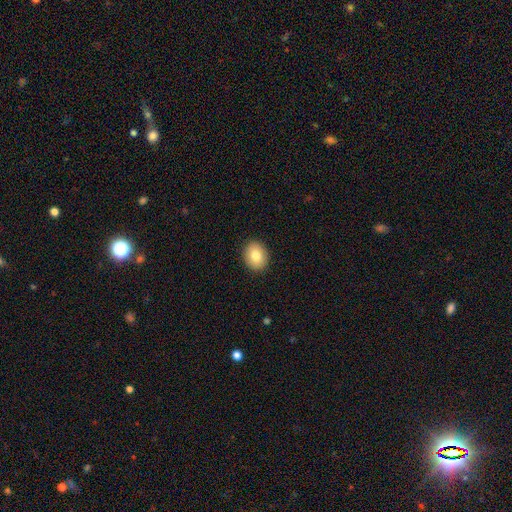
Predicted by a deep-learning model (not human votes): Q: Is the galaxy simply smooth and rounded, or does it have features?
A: smooth — 81%.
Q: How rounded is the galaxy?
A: round — 50%.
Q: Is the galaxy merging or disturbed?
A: none — 91%.